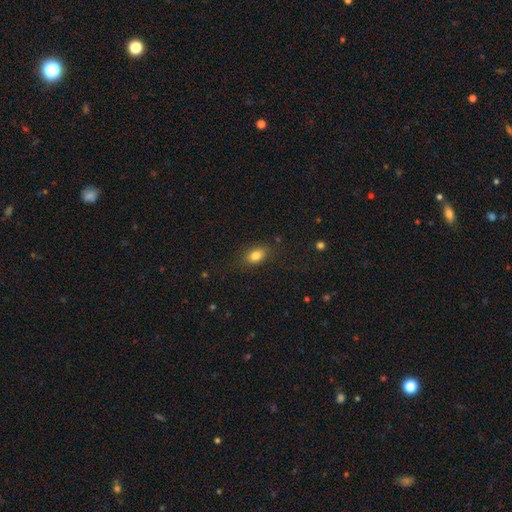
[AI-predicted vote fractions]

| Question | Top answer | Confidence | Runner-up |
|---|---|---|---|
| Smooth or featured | smooth | 82% | star or artifact (10%) |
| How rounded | in between | 79% | round (18%) |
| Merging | none | 82% | minor disturbance (13%) |